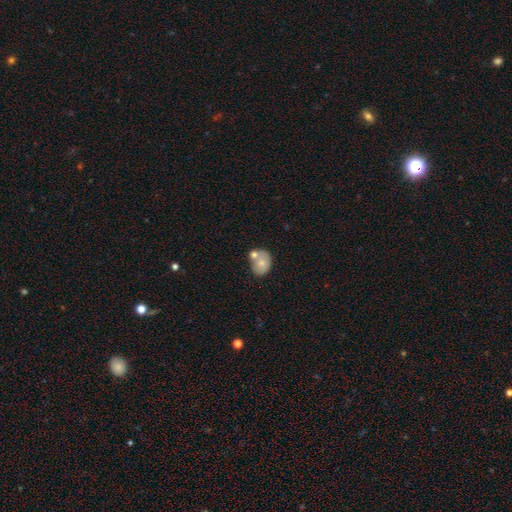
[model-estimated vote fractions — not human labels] smooth_or_featured: smooth (p=0.65) [alt: featured or disk p=0.26]
how_rounded: round (p=0.59) [alt: in between p=0.40]
merging: none (p=0.47) [alt: merger p=0.31]